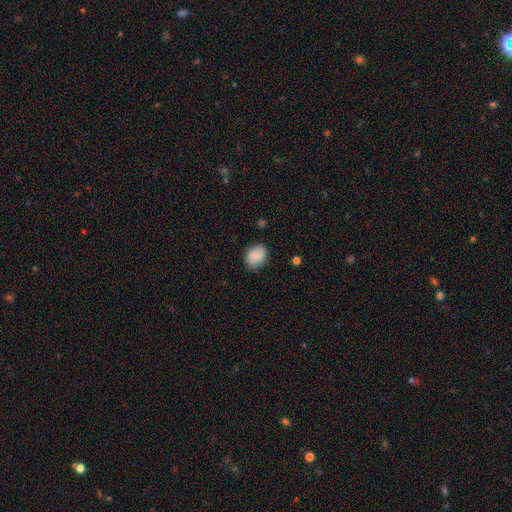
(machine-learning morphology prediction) type=smooth (77%); roundness=in between (60%); merging=none (80%).